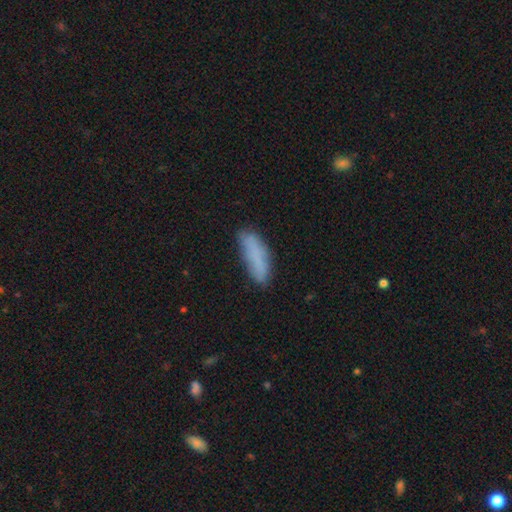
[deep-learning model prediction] A smooth galaxy with no disk features (79%) that is cigar-shaped (57%). Merging: none (71%).